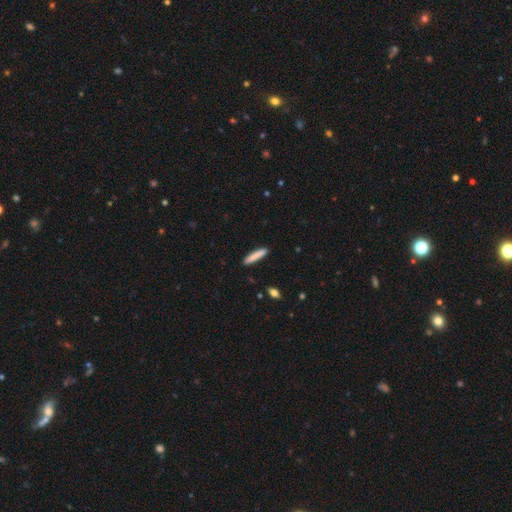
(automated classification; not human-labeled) This is clearly a smooth galaxy (83%). How rounded: clearly cigar-shaped (92%). Merging: clearly none (90%).